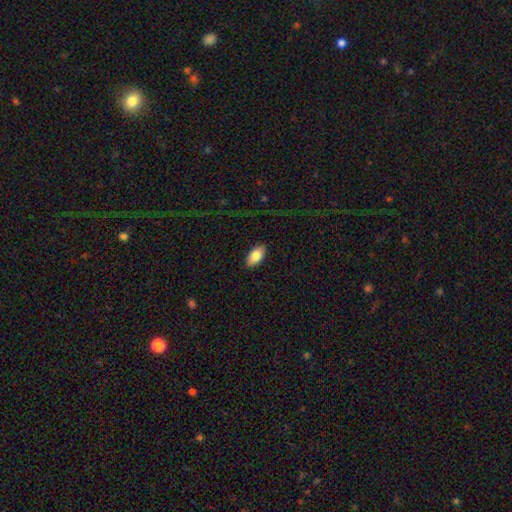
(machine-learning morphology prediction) A smooth galaxy with no disk features (82%) that is in between round and cigar-shaped (93%). Merging: none (88%).